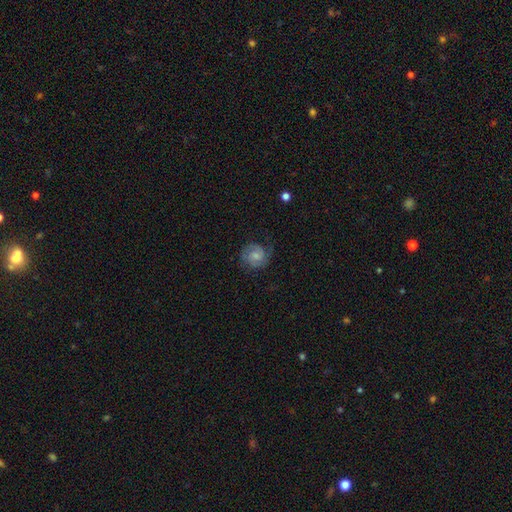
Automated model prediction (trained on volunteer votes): A featured or disk galaxy (64%) with no bar (59%), 2 (72%) tight (46%) spiral arms (92%) and a small central bulge (50%). Merging: none (67%).